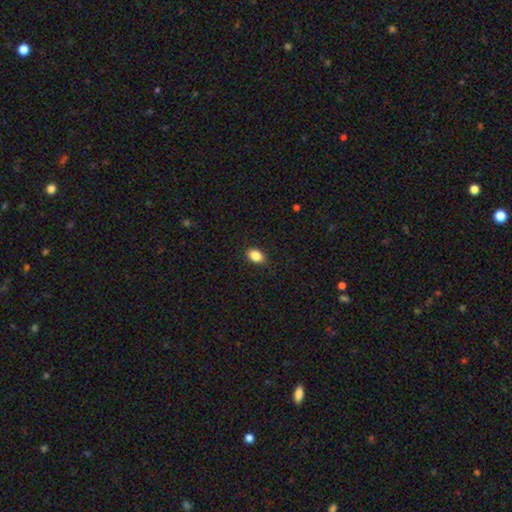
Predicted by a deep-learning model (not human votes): A smooth galaxy with no disk features (87%) that is in between round and cigar-shaped (82%). Merging: none (86%).